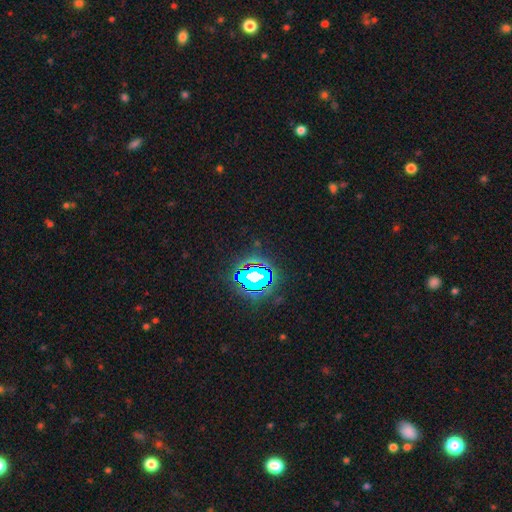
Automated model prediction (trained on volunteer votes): smooth_or_featured: star or artifact (p=0.83) [alt: smooth p=0.10]